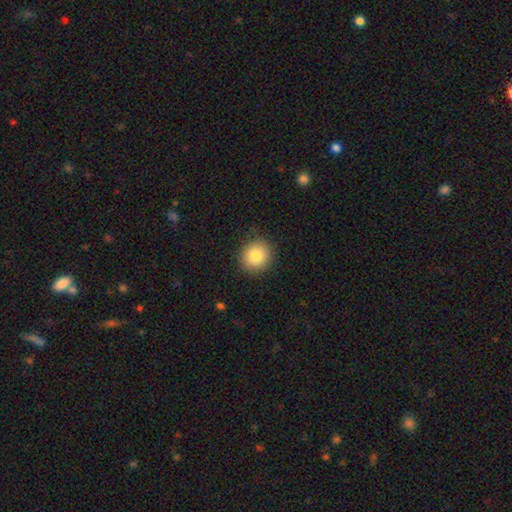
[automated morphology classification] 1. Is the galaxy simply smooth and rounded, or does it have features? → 83% smooth, 9% star or artifact, 7% featured or disk.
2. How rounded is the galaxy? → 85% round, 14% in between, 1% cigar-shaped.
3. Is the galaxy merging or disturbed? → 88% none, 9% minor disturbance, 3% major disturbance, 1% merger.